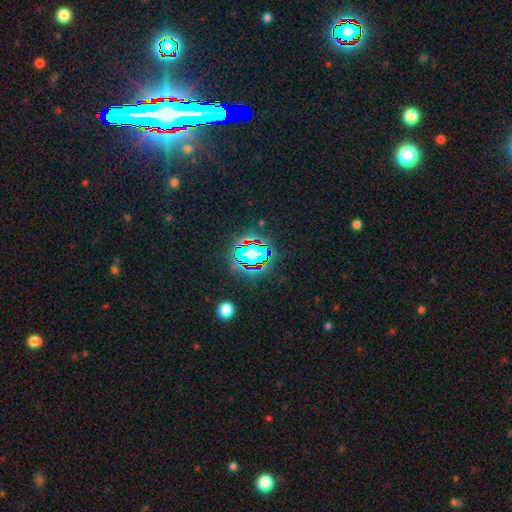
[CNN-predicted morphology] type=star or artifact (73%).